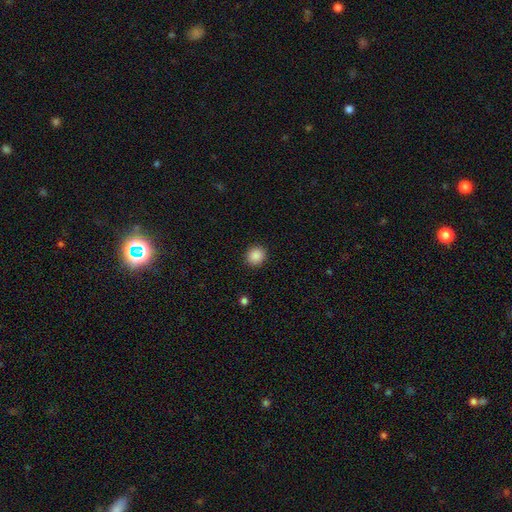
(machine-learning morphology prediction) smooth_or_featured: smooth (p=0.88) [alt: star or artifact p=0.09]
how_rounded: round (p=0.86) [alt: in between p=0.13]
merging: none (p=0.92) [alt: minor disturbance p=0.05]